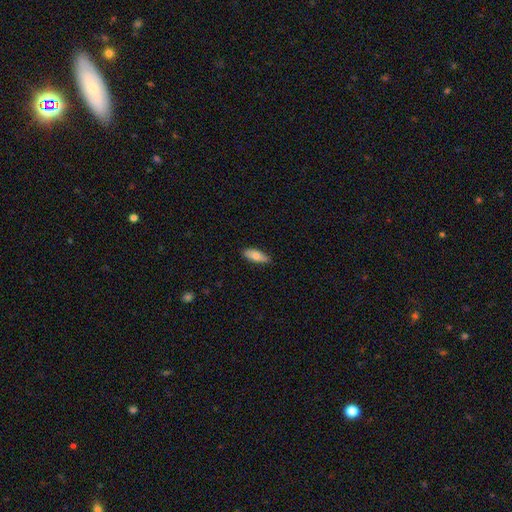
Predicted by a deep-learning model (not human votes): smooth-or-featured: smooth: 79% | featured or disk: 15% | star or artifact: 6%
  how-rounded: in between: 71% | cigar-shaped: 27% | round: 2%
  merging: none: 83% | minor disturbance: 14% | major disturbance: 2% | merger: 1%